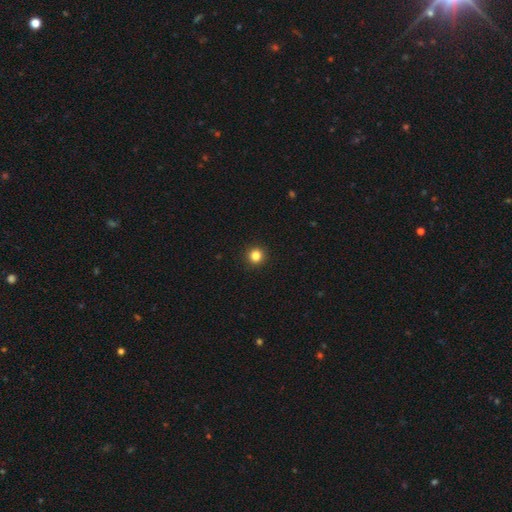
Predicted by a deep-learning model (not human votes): The model was most divided on "smooth or featured": smooth: 84%, star or artifact: 12%, featured or disk: 4%. More confident: how rounded — round (94%); merging — none (93%).